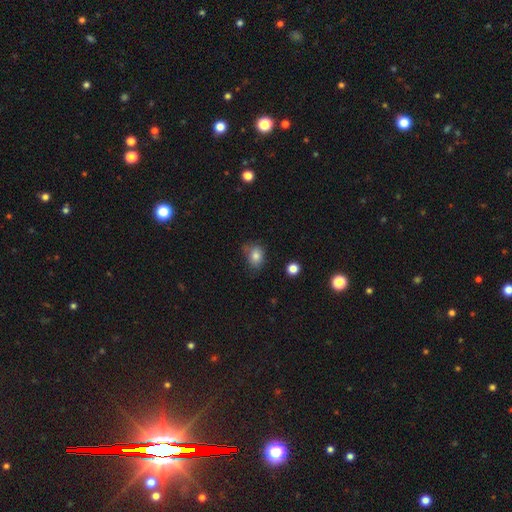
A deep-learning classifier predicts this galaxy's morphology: A smooth galaxy with no disk features (82%) that is in between round and cigar-shaped (63%). Merging: none (62%).